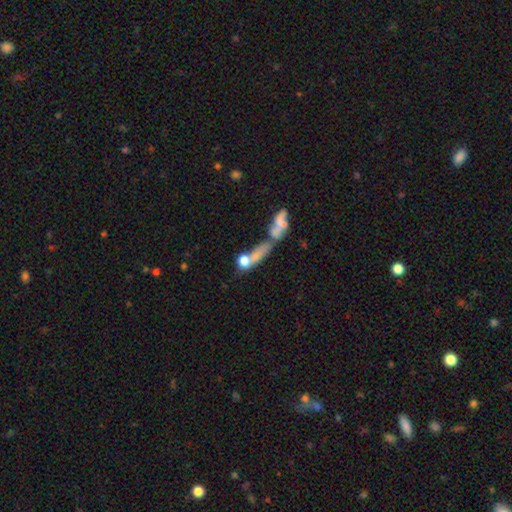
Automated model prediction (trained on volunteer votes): Morphology: type=smooth (57%); roundness=cigar-shaped (41%); merging=merger (49%).